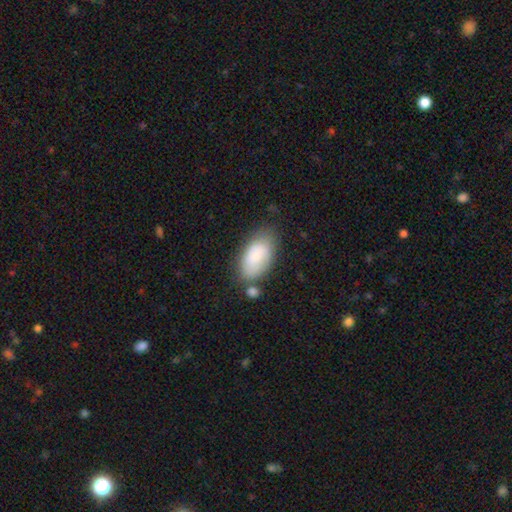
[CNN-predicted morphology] type=smooth (82%); roundness=in between (94%); merging=none (61%).